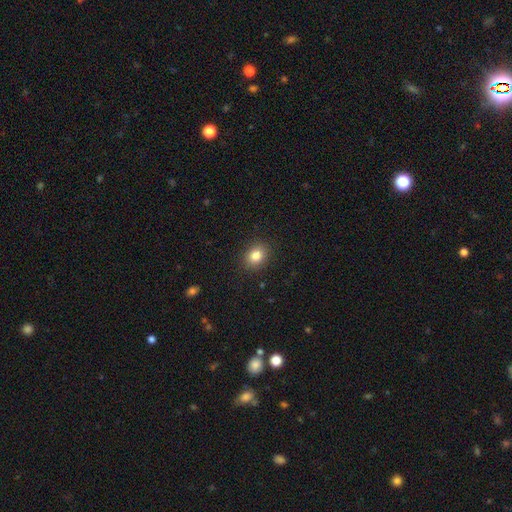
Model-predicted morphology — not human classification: A smooth galaxy with no disk features (83%) that is round (52%). Merging: none (89%).